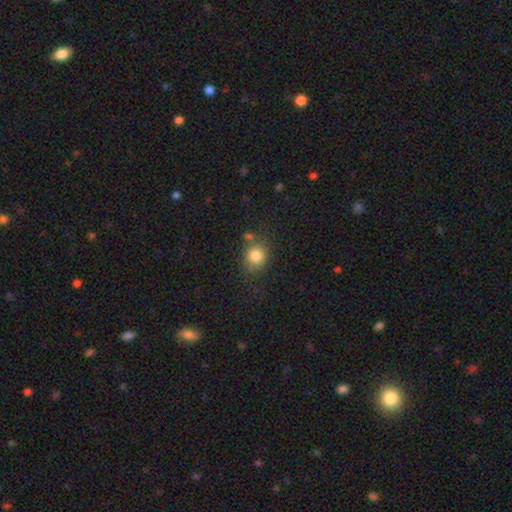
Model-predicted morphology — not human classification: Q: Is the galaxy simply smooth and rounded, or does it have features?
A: smooth — 82%.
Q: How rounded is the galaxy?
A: round — 77%.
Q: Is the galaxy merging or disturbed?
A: none — 68%.